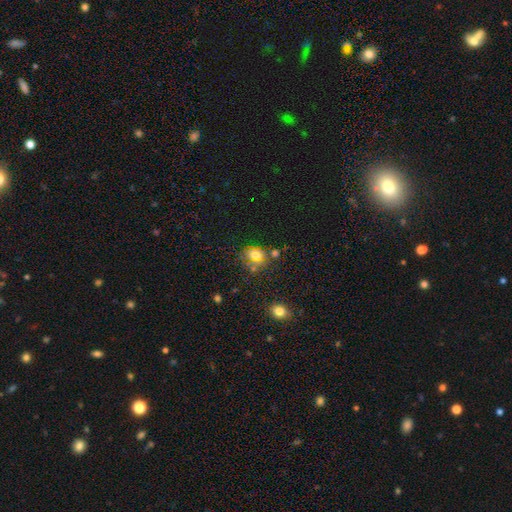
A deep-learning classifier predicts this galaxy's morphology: smooth_or_featured: smooth (p=0.53) [alt: star or artifact p=0.35]
how_rounded: round (p=0.64) [alt: in between p=0.34]
merging: none (p=0.69) [alt: minor disturbance p=0.14]